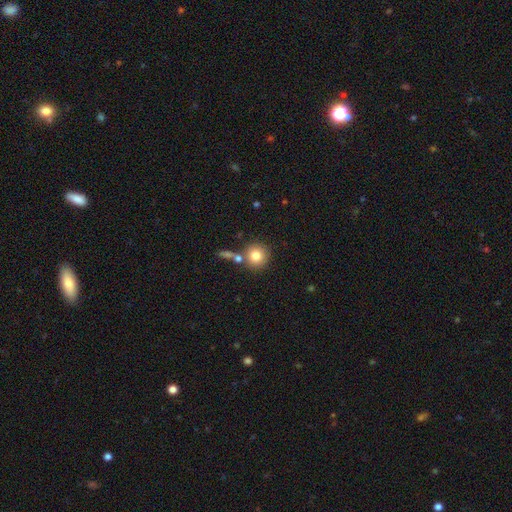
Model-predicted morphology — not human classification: Q: Smooth or featured?
A: smooth (80%); runner-up: star or artifact (10%)
Q: How rounded?
A: round (92%); runner-up: in between (7%)
Q: Merging?
A: none (71%); runner-up: merger (16%)